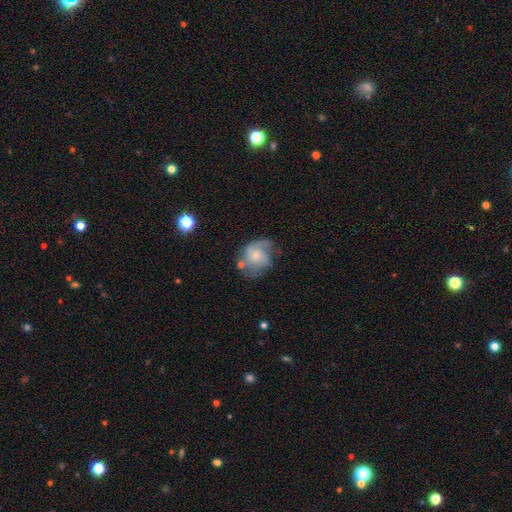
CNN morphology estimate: Smooth or featured? Predicted: featured or disk (p=0.56). Edge-on disk? Predicted: no (p=0.97). Bar? Predicted: no (p=0.72). Spiral arms? Predicted: yes (p=0.79). Bulge size? Predicted: small (p=0.63). Merging? Predicted: none (p=0.45).